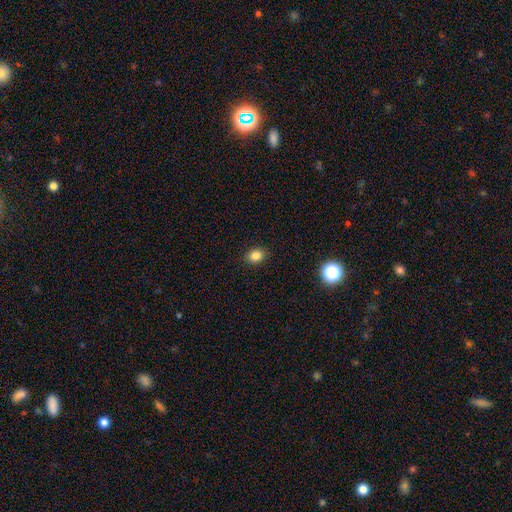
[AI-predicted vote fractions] Overall: smooth (84%). How rounded: in between (52%; round 47%). Merging: none (89%).